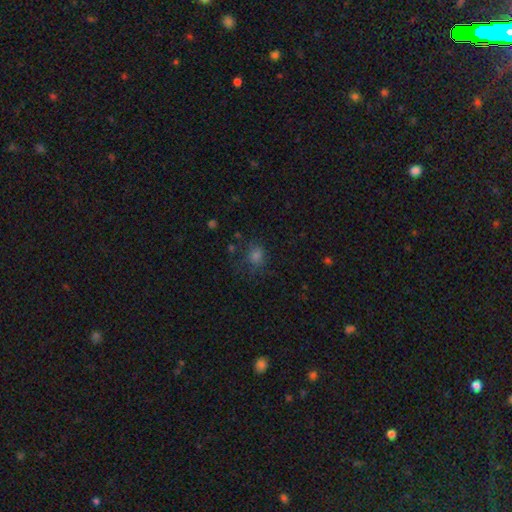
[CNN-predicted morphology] A smooth galaxy with no disk features (63%) that is round (62%).

Vote fractions:
- Smooth or featured? smooth: 63% / star or artifact: 27% / featured or disk: 10%
- How rounded? round: 62% / in between: 37% / cigar-shaped: 1%
- Merging? none: 64% / minor disturbance: 19% / major disturbance: 14% / merger: 3%